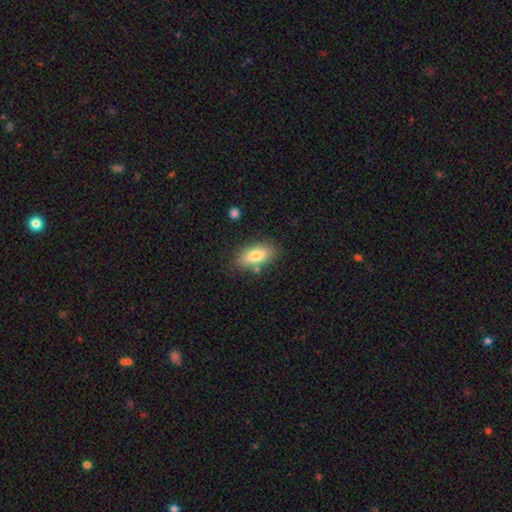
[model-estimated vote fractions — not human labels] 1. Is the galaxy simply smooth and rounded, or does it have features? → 80% smooth, 13% featured or disk, 7% star or artifact.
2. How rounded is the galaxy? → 89% in between, 7% cigar-shaped, 4% round.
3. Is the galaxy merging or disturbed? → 80% none, 13% minor disturbance, 4% merger, 3% major disturbance.